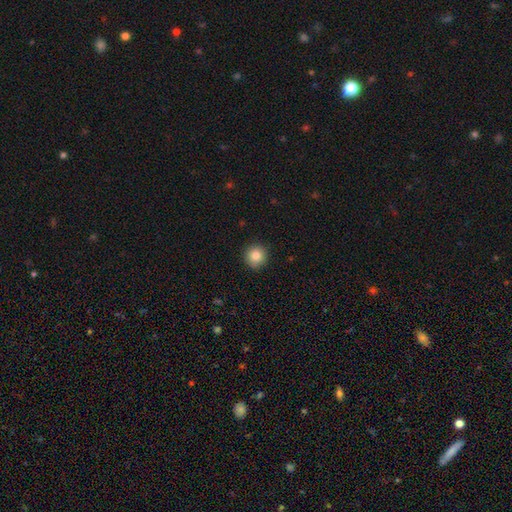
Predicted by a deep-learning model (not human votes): Morphology: type=smooth (85%); roundness=round (93%); merging=none (91%).